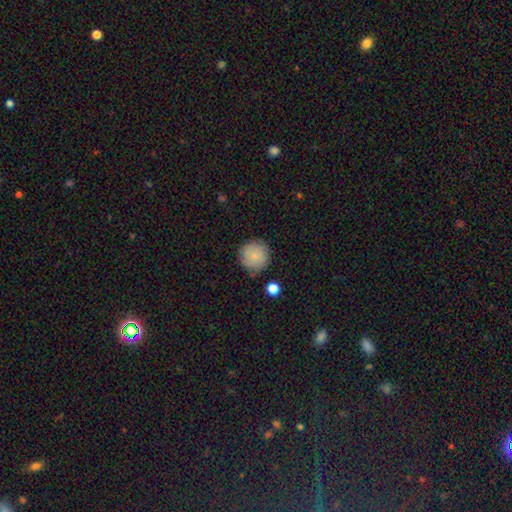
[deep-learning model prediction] Q: Smooth or featured?
A: smooth (82%); runner-up: featured or disk (10%)
Q: How rounded?
A: round (95%); runner-up: in between (4%)
Q: Merging?
A: none (85%); runner-up: minor disturbance (10%)